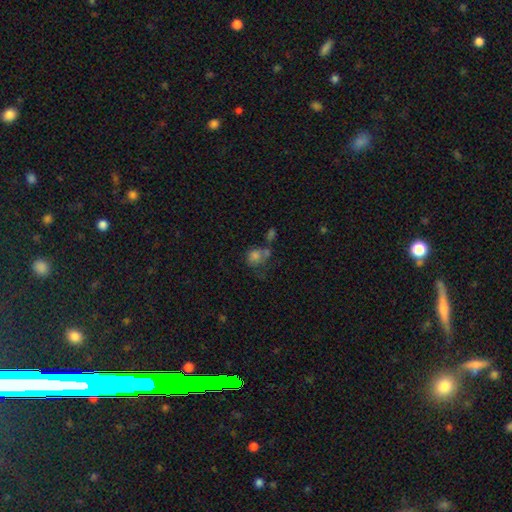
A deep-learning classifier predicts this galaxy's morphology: The model was most divided on "merging": none: 38%, merger: 31%, minor disturbance: 17%, major disturbance: 14%. More confident: how rounded — round (71%); smooth or featured — smooth (68%).